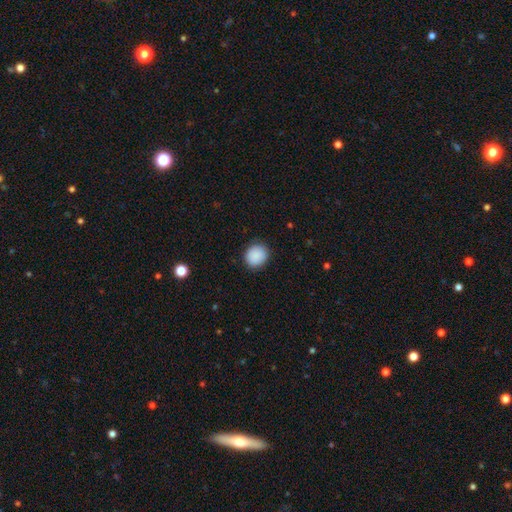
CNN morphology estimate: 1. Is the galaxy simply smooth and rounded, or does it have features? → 90% smooth, 7% star or artifact, 3% featured or disk.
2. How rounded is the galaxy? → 83% round, 16% in between, 1% cigar-shaped.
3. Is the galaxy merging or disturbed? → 87% none, 9% minor disturbance, 2% major disturbance, 1% merger.